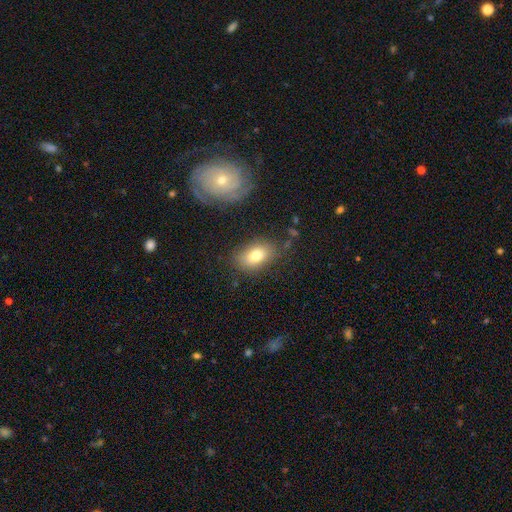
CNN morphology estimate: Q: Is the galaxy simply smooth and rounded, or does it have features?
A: smooth — 77%.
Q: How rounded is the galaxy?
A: in between — 85%.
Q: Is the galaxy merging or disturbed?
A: none — 78%.